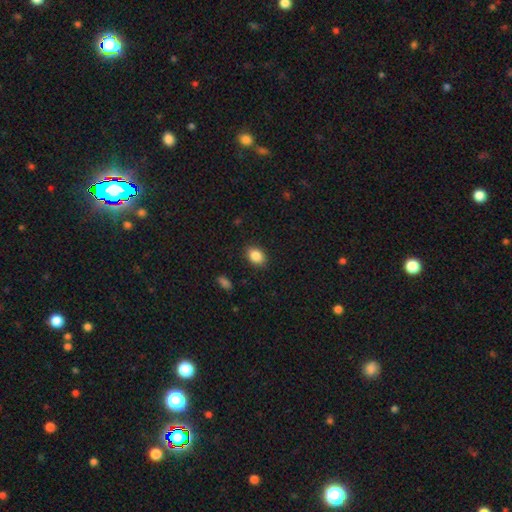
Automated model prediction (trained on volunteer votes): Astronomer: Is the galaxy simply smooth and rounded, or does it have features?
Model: smooth — 87%.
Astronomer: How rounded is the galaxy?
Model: in between — 75%.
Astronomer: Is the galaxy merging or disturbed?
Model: none — 88%.